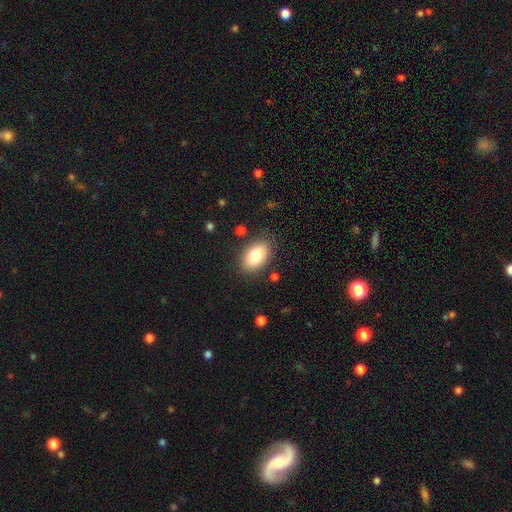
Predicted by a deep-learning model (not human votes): Morphology: type=smooth (83%); roundness=in between (92%); merging=none (83%).